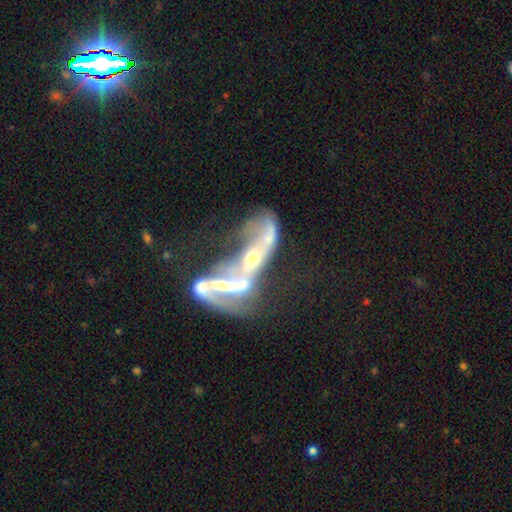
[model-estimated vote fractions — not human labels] Smooth or featured? Predicted: featured or disk (p=0.77). Edge-on disk? Predicted: no (p=0.84). Bar? Predicted: no (p=0.51). Spiral arms? Predicted: yes (p=0.59). Bulge size? Predicted: small (p=0.37). Merging? Predicted: merger (p=0.65).